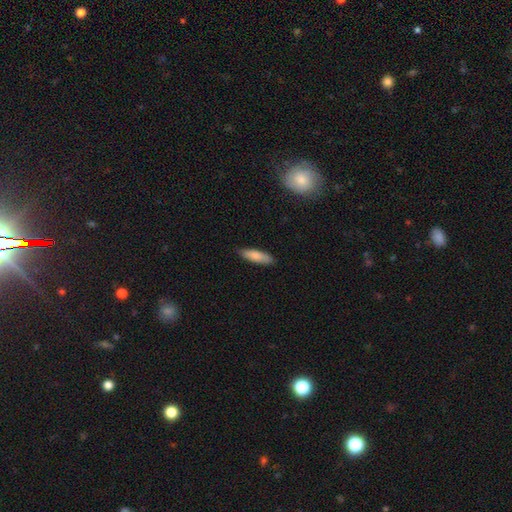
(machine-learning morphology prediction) Smooth or featured?
  - smooth: 82% *
  - featured or disk: 12%
  - star or artifact: 6%
How rounded?
  - cigar-shaped: 53% *
  - in between: 45%
  - round: 2%
Merging?
  - none: 85% *
  - minor disturbance: 12%
  - major disturbance: 2%
  - merger: 1%